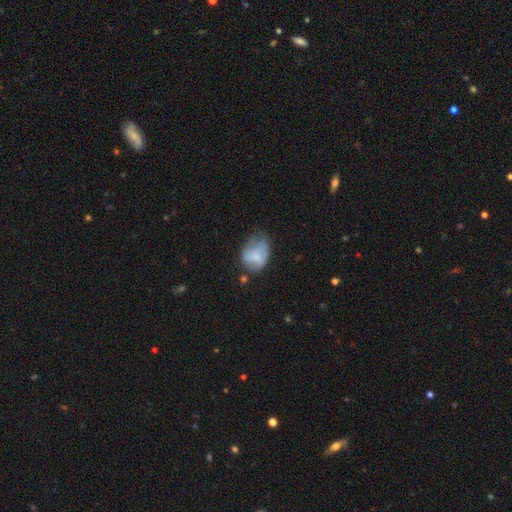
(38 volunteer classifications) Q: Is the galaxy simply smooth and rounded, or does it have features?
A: smooth — 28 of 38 (74%).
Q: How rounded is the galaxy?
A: in between — 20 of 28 (71%).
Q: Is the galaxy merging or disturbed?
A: minor disturbance — 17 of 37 (46%).